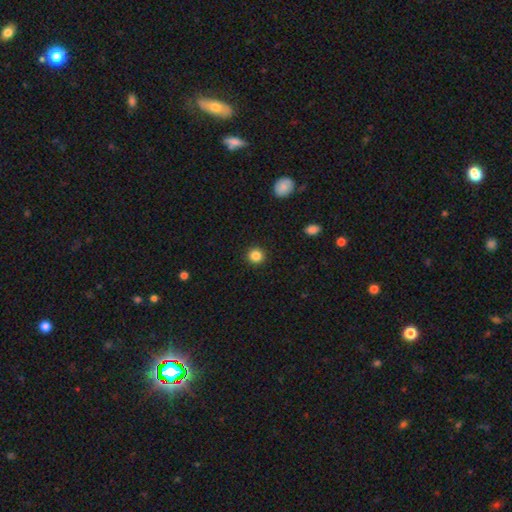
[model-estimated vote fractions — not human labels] A smooth galaxy with no disk features (85%) that is round (94%). Merging: none (93%).